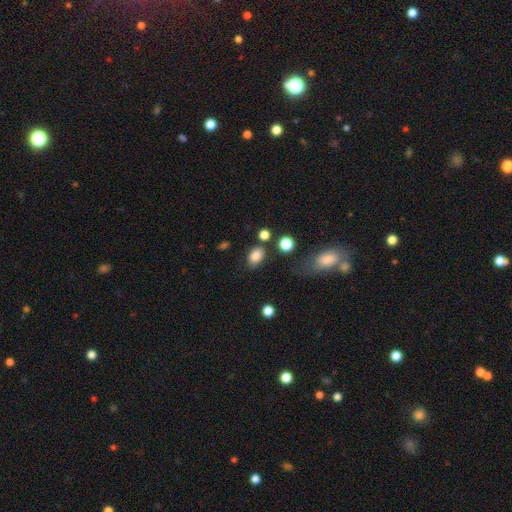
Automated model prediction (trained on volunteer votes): A smooth galaxy with no disk features (84%) that is in between round and cigar-shaped (79%).

Vote fractions:
- Smooth or featured? smooth: 84% / star or artifact: 10% / featured or disk: 7%
- How rounded? in between: 79% / round: 19% / cigar-shaped: 1%
- Merging? none: 75% / minor disturbance: 14% / merger: 6% / major disturbance: 5%